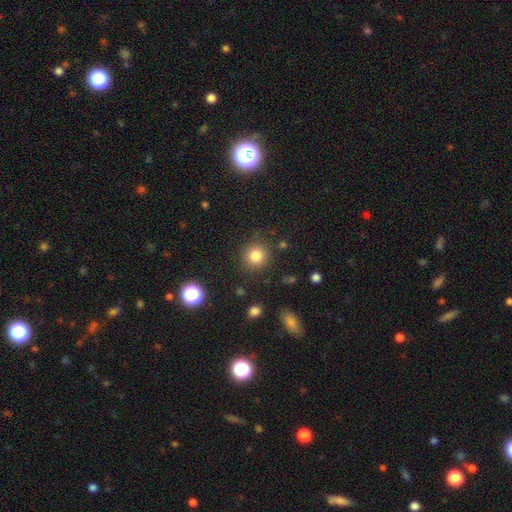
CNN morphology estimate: This is clearly a smooth galaxy (82%). How rounded: clearly round (92%). Merging: clearly none (85%).